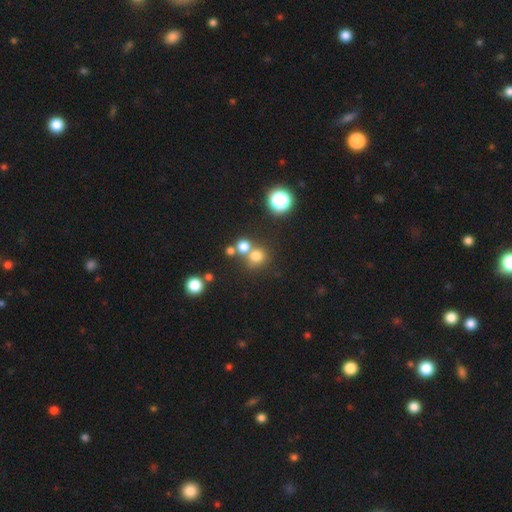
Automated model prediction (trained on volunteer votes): Morphology: type=smooth (71%); roundness=round (86%); merging=none (57%).